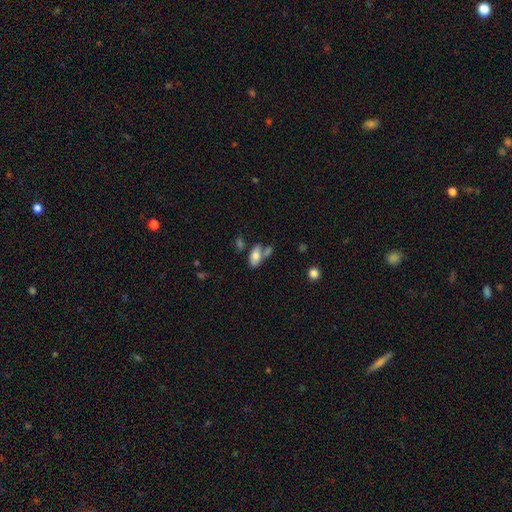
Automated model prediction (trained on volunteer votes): The model was most divided on "merging": none: 48%, merger: 30%, minor disturbance: 16%, major disturbance: 6%. More confident: how rounded — in between (90%); smooth or featured — smooth (76%).